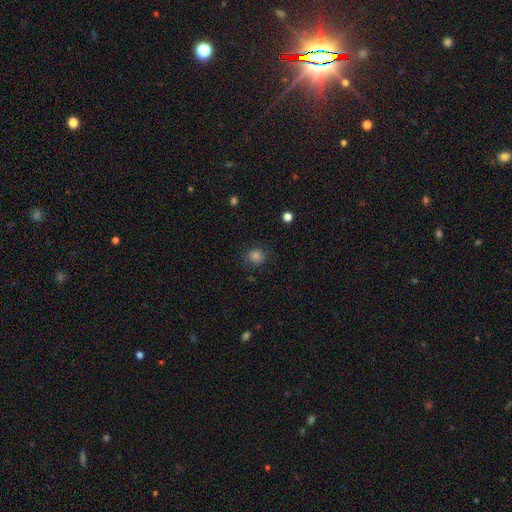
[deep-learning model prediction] Q: Smooth or featured?
A: smooth (76%); runner-up: star or artifact (17%)
Q: How rounded?
A: round (88%); runner-up: in between (11%)
Q: Merging?
A: none (79%); runner-up: minor disturbance (14%)